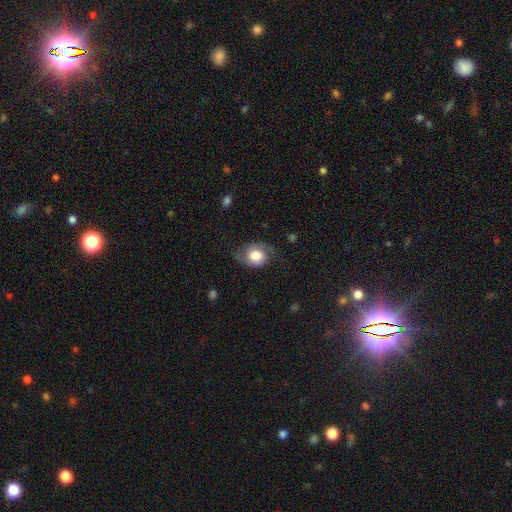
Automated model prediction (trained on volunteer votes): smooth_or_featured: smooth (p=0.50) [alt: featured or disk p=0.42]
merging: none (p=0.62) [alt: minor disturbance p=0.24]